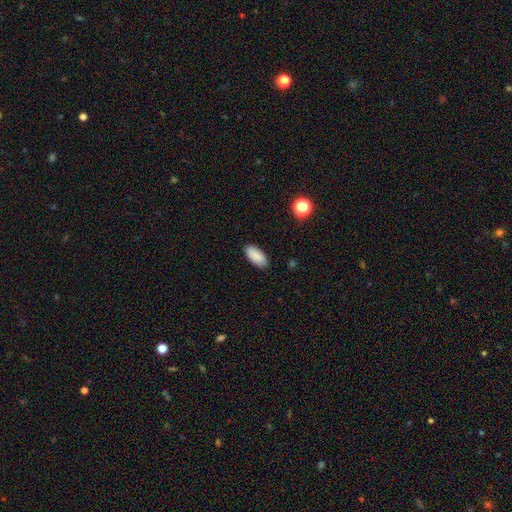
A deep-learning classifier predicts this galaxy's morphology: A smooth galaxy with no disk features (89%) that is in between round and cigar-shaped (90%). Merging: none (89%).